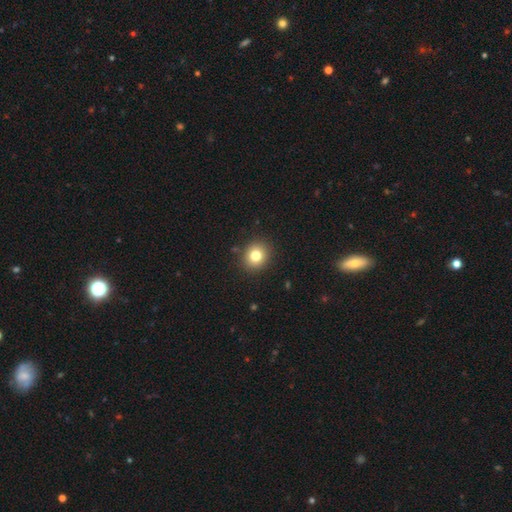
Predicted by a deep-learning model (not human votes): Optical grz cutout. It shows a smooth galaxy with no disk features (79%) that is round (82%). Merging: none (89%).